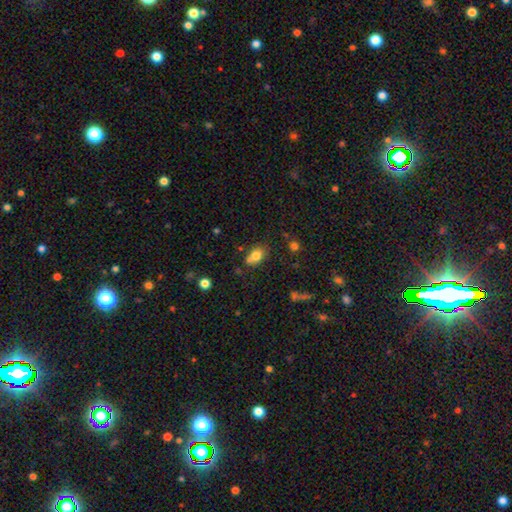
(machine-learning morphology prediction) smooth 77%, featured or disk 12%, star or artifact 11%. Down the decision tree: how rounded — in between (73%); merging — none (55%).